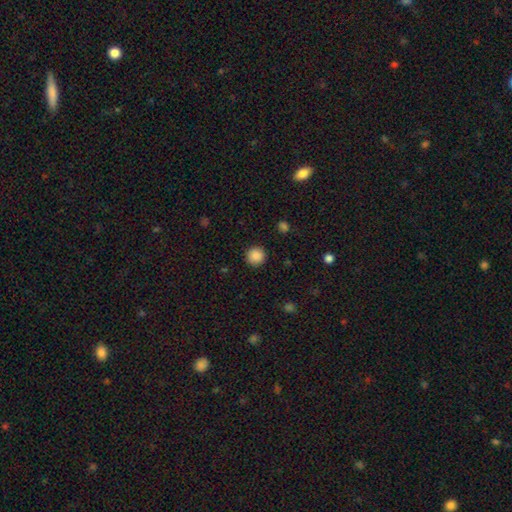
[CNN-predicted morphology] Smooth or featured? smooth (88%)
How rounded? round (95%)
Merging? none (91%)